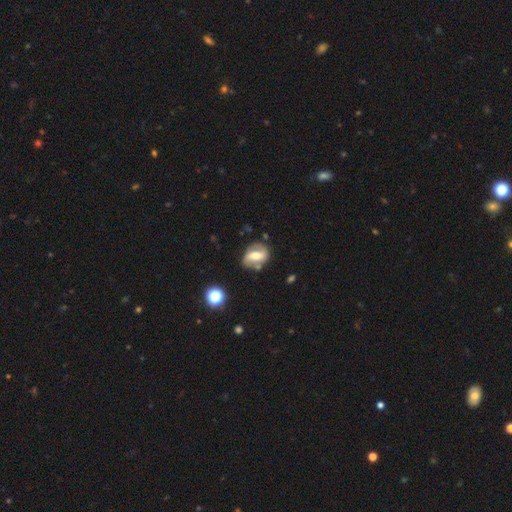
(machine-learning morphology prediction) Smooth or featured? Predicted: featured or disk (p=0.67). Edge-on disk? Predicted: no (p=0.95). Bar? Predicted: strong (p=0.48). Spiral arms? Predicted: yes (p=0.78). Bulge size? Predicted: moderate (p=0.55). Merging? Predicted: none (p=0.69).